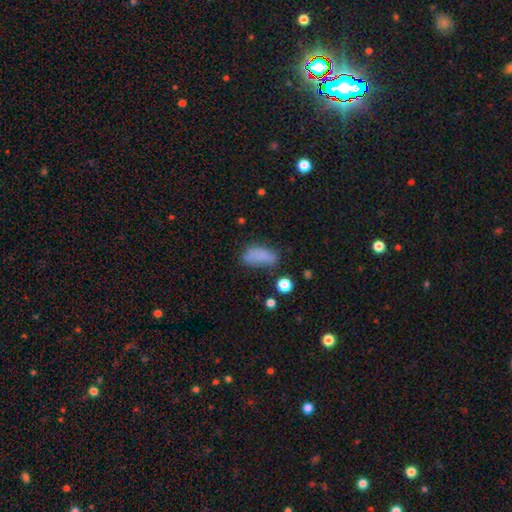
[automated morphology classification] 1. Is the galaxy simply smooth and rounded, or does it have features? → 79% smooth, 11% star or artifact, 10% featured or disk.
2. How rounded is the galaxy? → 87% in between, 9% cigar-shaped, 5% round.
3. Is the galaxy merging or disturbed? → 54% none, 27% minor disturbance, 14% major disturbance, 6% merger.